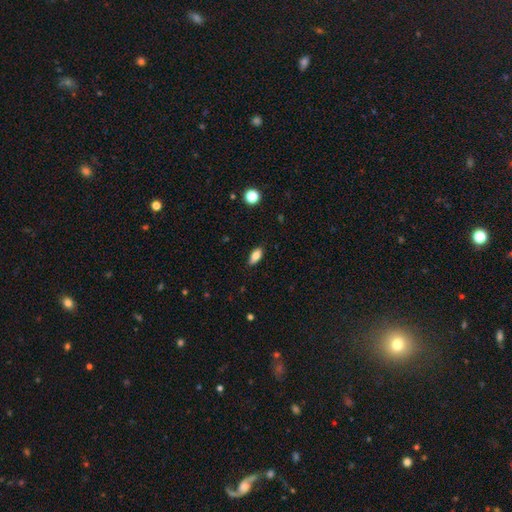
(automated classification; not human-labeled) Q: Smooth or featured?
A: smooth (83%); runner-up: featured or disk (9%)
Q: How rounded?
A: in between (87%); runner-up: cigar-shaped (10%)
Q: Merging?
A: none (86%); runner-up: minor disturbance (11%)